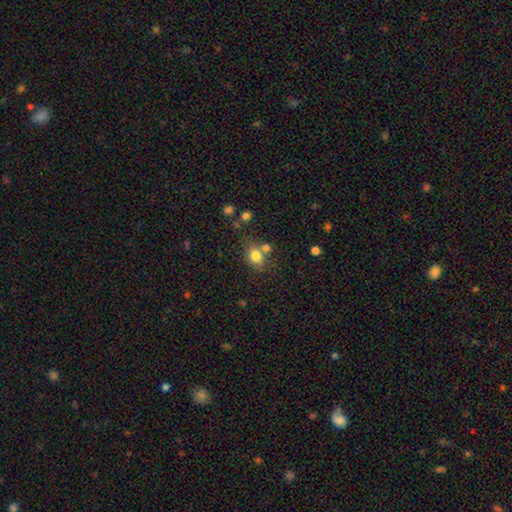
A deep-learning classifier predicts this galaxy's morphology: Smooth or featured? Predicted: smooth (p=0.80). How rounded? Predicted: round (p=0.50). Merging? Predicted: none (p=0.60).